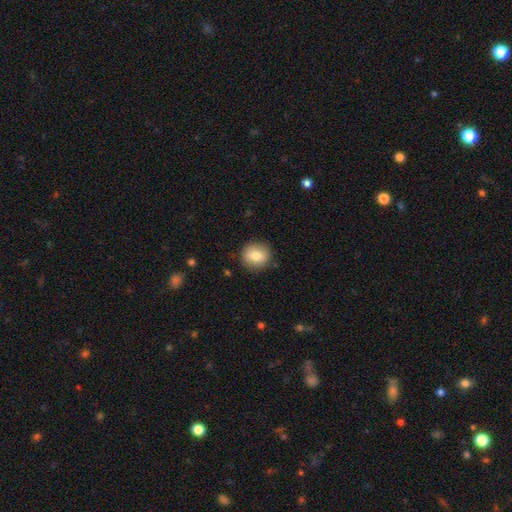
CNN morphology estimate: Smooth or featured?
  - smooth: 77% *
  - featured or disk: 15%
  - star or artifact: 8%
How rounded?
  - round: 86% *
  - in between: 13%
  - cigar-shaped: 1%
Merging?
  - none: 88% *
  - minor disturbance: 9%
  - major disturbance: 2%
  - merger: 1%